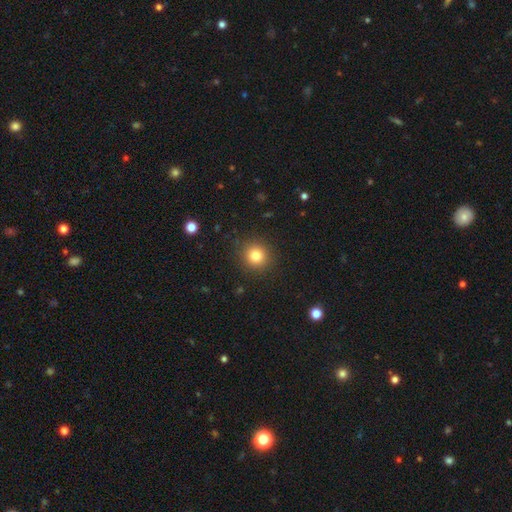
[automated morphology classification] Smooth or featured: smooth — 81% (star or artifact — 12%)
How rounded: round — 92% (in between — 7%)
Merging: none — 90% (minor disturbance — 6%)